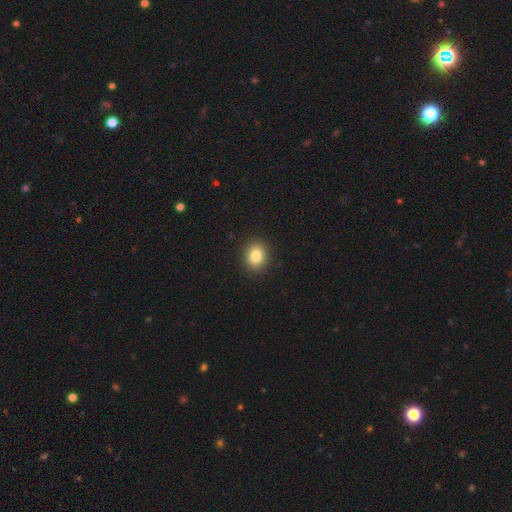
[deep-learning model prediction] smooth_or_featured: smooth (p=0.82) [alt: star or artifact p=0.10]
how_rounded: round (p=0.65) [alt: in between p=0.34]
merging: none (p=0.91) [alt: minor disturbance p=0.06]